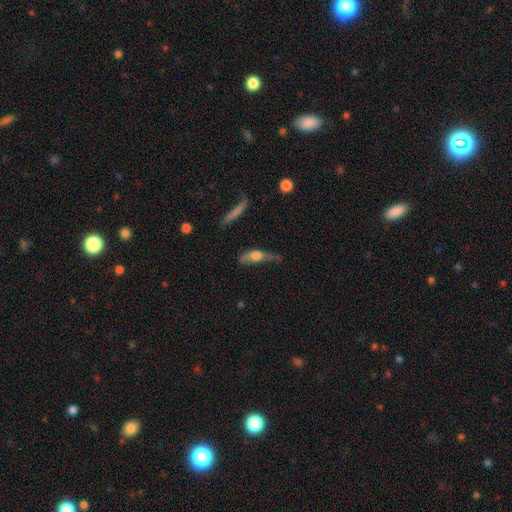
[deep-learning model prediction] The model was most divided on "merging": minor disturbance: 33%, major disturbance: 31%, none: 31%, merger: 5%. More confident: smooth or featured — smooth (56%); how rounded — in between (52%).